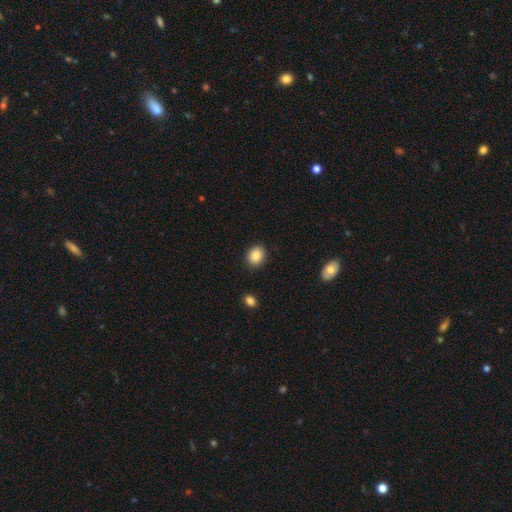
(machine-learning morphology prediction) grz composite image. It shows a smooth galaxy with no disk features (87%) that is in between round and cigar-shaped (52%). Merging: none (88%).